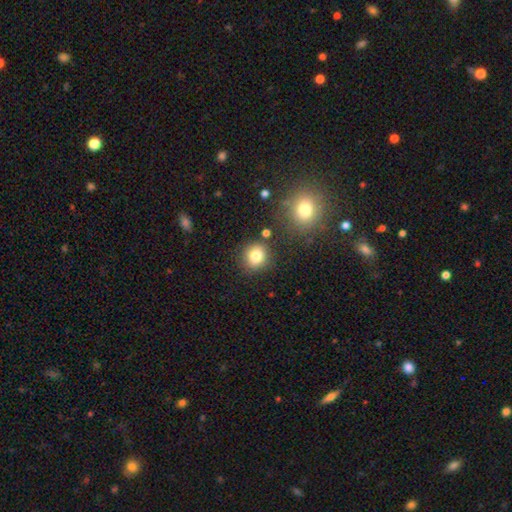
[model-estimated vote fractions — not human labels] smooth-or-featured: smooth: 80% | star or artifact: 12% | featured or disk: 8%
  how-rounded: round: 86% | in between: 13% | cigar-shaped: 1%
  merging: none: 82% | minor disturbance: 9% | merger: 6% | major disturbance: 3%